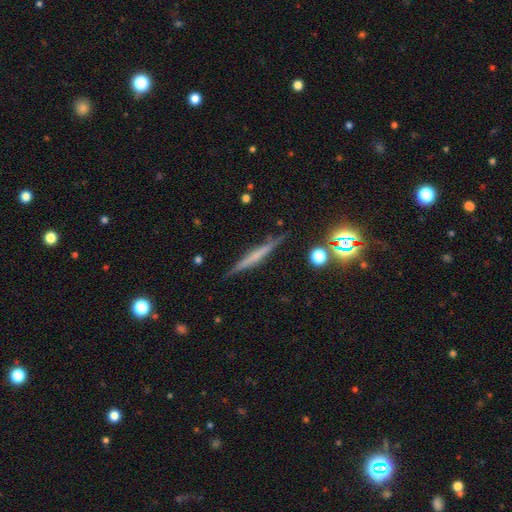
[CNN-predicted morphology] Smooth or featured? Predicted: featured or disk (p=0.52). Edge-on disk? Predicted: yes (p=0.96). Edge-on bulge? Predicted: none (p=0.69). Merging? Predicted: none (p=0.87).